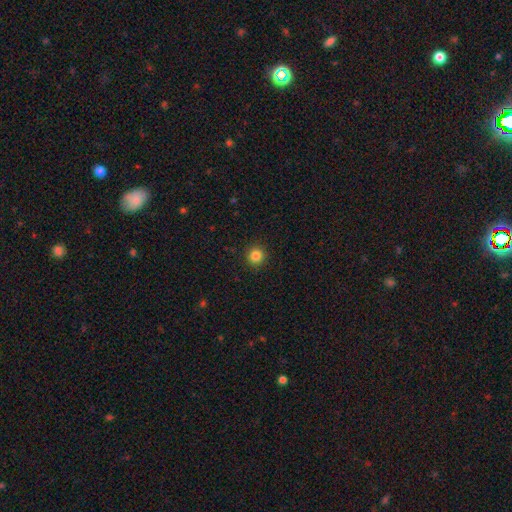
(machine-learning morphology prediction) Smooth or featured? Predicted: smooth (p=0.84). How rounded? Predicted: round (p=0.94). Merging? Predicted: none (p=0.92).